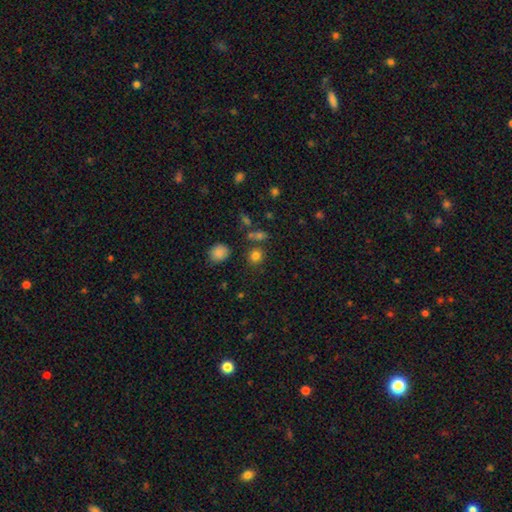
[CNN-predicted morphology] A smooth galaxy with no disk features (79%) that is round (83%).

Vote fractions:
- Smooth or featured? smooth: 79% / star or artifact: 15% / featured or disk: 6%
- How rounded? round: 83% / in between: 16% / cigar-shaped: 1%
- Merging? none: 77% / merger: 10% / minor disturbance: 9% / major disturbance: 4%